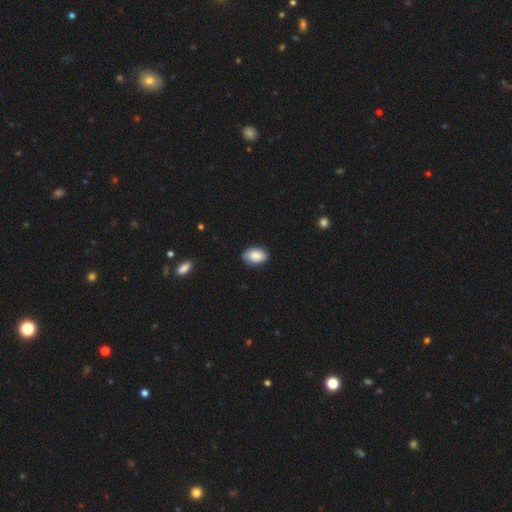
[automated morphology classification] A smooth galaxy with no disk features (86%) that is in between round and cigar-shaped (89%). Merging: none (83%).